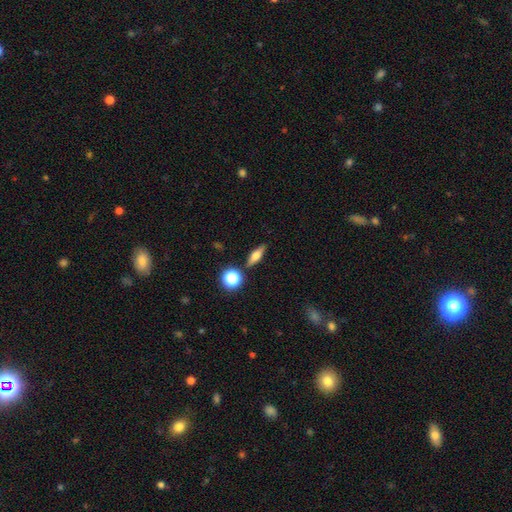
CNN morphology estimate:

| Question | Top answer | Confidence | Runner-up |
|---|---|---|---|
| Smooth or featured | smooth | 48% | featured or disk (41%) |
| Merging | none | 85% | minor disturbance (9%) |